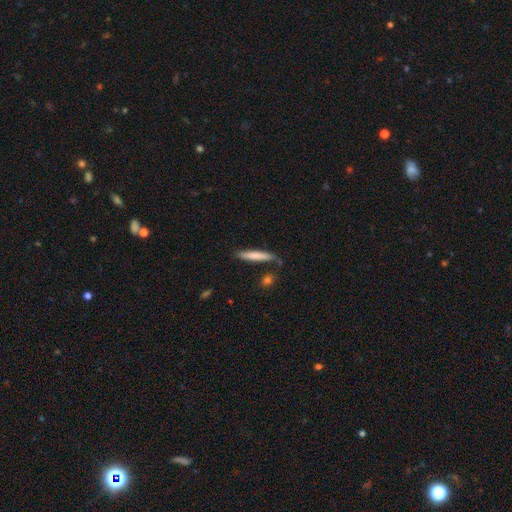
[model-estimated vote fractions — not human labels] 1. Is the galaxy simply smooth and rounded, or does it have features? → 74% smooth, 21% featured or disk, 5% star or artifact.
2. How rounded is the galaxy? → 93% cigar-shaped, 5% in between, 1% round.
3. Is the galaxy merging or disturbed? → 79% none, 15% minor disturbance, 4% merger, 3% major disturbance.